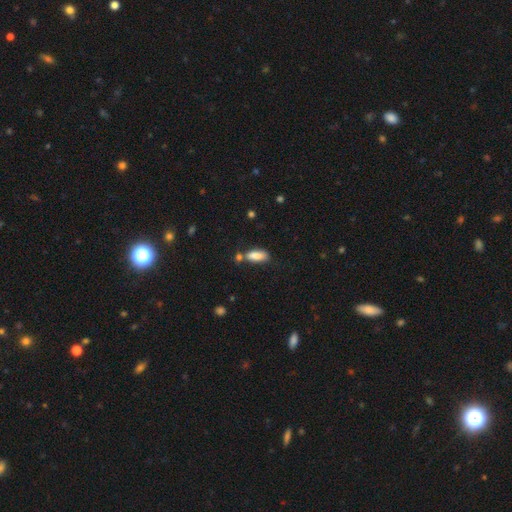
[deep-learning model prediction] smooth_or_featured: smooth (p=0.85) [alt: star or artifact p=0.07]
how_rounded: in between (p=0.80) [alt: cigar-shaped p=0.17]
merging: none (p=0.57) [alt: minor disturbance p=0.19]